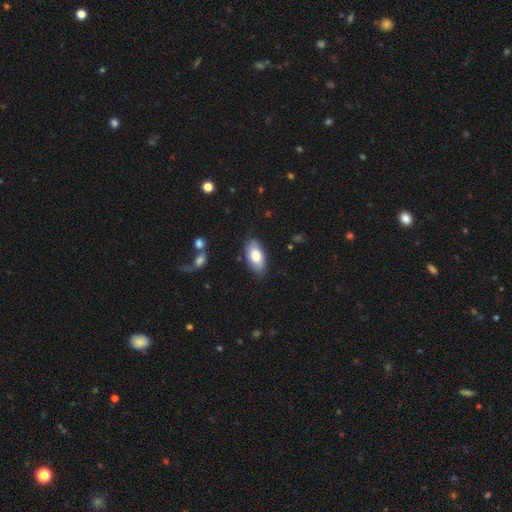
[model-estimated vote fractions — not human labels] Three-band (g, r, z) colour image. It shows a smooth galaxy with no disk features (76%) that is in between round and cigar-shaped (91%). Merging: none (79%).